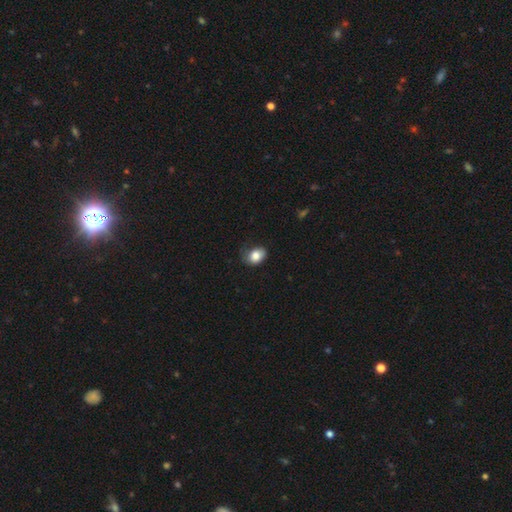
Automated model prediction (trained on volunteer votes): Smooth or featured: smooth — 81% (featured or disk — 11%)
How rounded: in between — 65% (round — 34%)
Merging: none — 52% (minor disturbance — 32%)